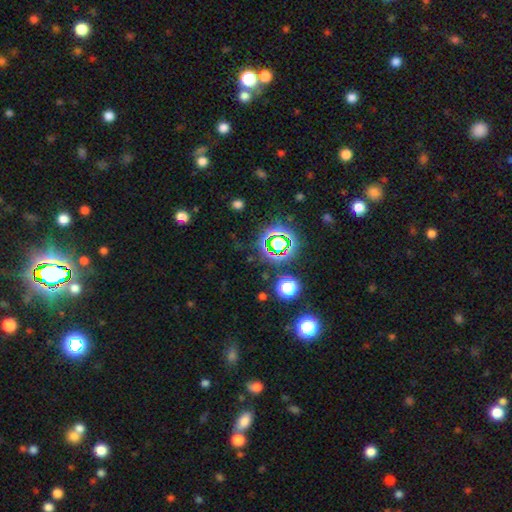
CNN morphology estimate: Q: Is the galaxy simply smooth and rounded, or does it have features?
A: star or artifact — 70%.